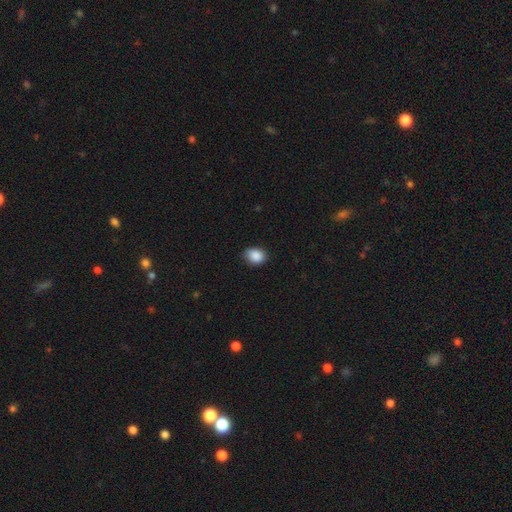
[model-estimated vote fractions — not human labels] The model was most divided on "how rounded": in between: 60%, round: 39%, cigar-shaped: 1%. More confident: smooth or featured — smooth (88%); merging — none (76%).